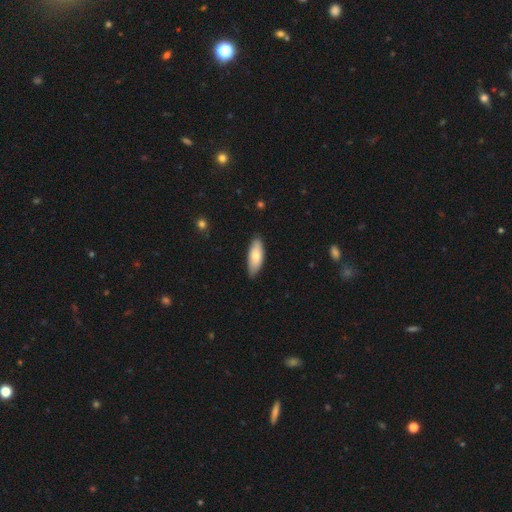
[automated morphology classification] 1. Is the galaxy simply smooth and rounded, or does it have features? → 77% smooth, 17% featured or disk, 5% star or artifact.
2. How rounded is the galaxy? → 75% in between, 24% cigar-shaped, 2% round.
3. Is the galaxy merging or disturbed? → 83% none, 14% minor disturbance, 2% major disturbance, 1% merger.